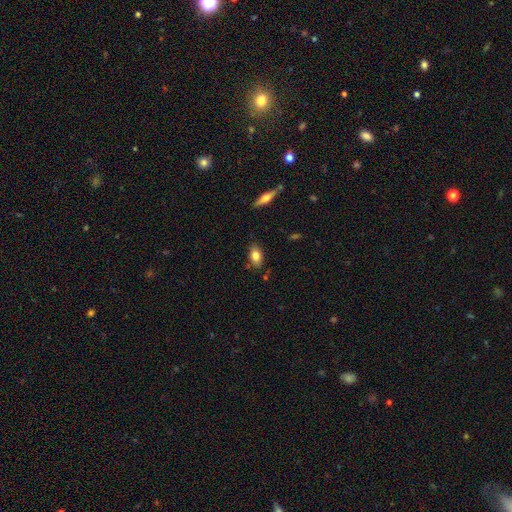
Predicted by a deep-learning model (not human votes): Smooth or featured? Predicted: smooth (p=0.81). How rounded? Predicted: in between (p=0.88). Merging? Predicted: none (p=0.82).